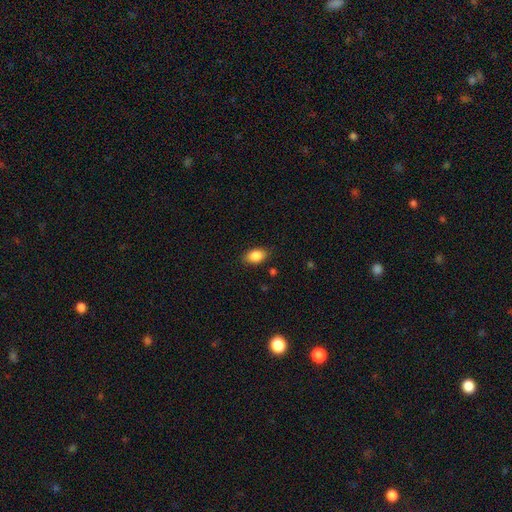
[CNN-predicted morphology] Smooth or featured: smooth — 86% (star or artifact — 8%)
How rounded: in between — 85% (round — 13%)
Merging: none — 84% (minor disturbance — 12%)